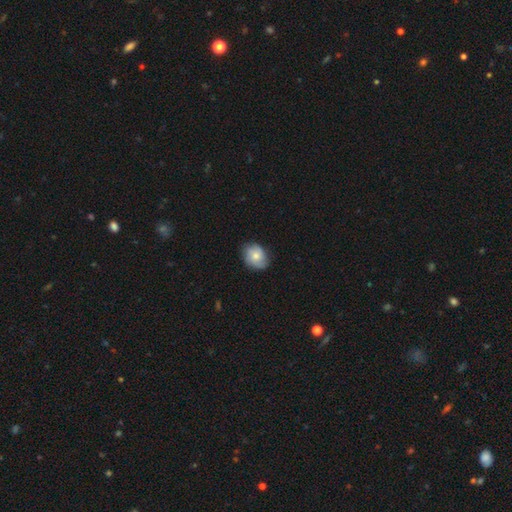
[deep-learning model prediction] This is likely a smooth galaxy (66%). How rounded: possibly in between (54%). Merging: likely none (73%).